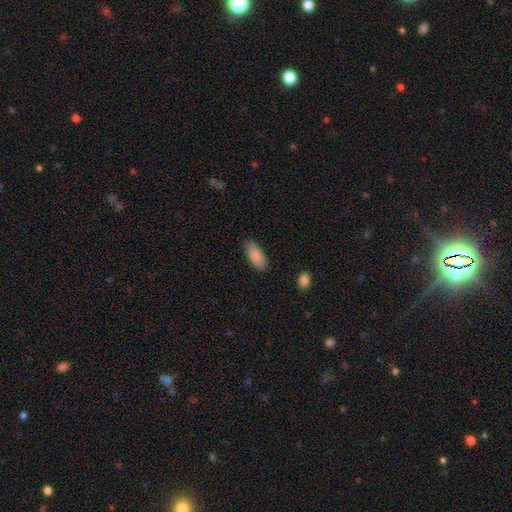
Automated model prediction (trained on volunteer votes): Smooth or featured?
  - smooth: 87% *
  - featured or disk: 7%
  - star or artifact: 6%
How rounded?
  - in between: 85% *
  - cigar-shaped: 14%
  - round: 2%
Merging?
  - none: 83% *
  - minor disturbance: 13%
  - major disturbance: 3%
  - merger: 1%